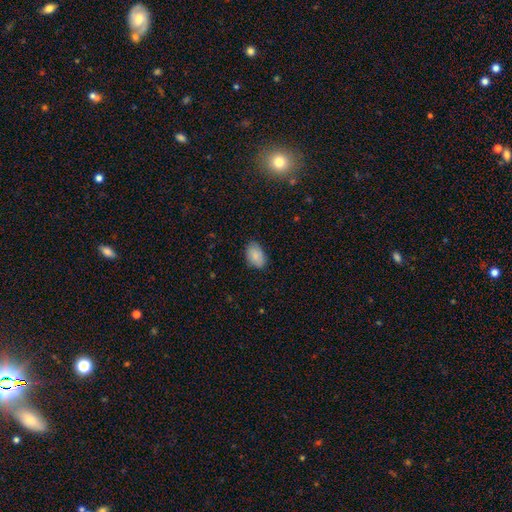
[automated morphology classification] The model was most divided on "merging": none: 81%, minor disturbance: 16%, major disturbance: 3%, merger: 1%. More confident: how rounded — in between (89%); smooth or featured — smooth (87%).